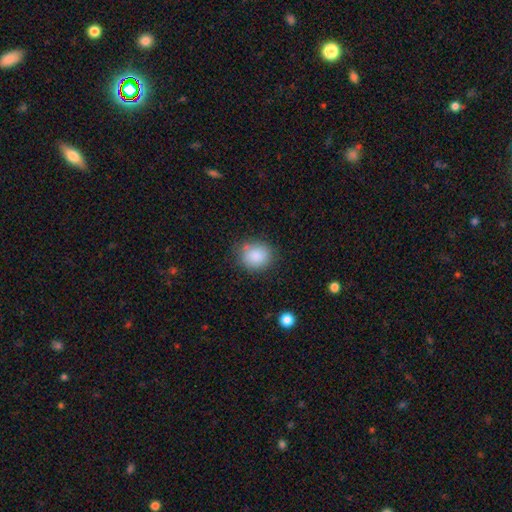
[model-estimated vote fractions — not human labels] Smooth or featured: smooth — 86% (star or artifact — 8%)
How rounded: round — 71% (in between — 28%)
Merging: none — 74% (minor disturbance — 18%)